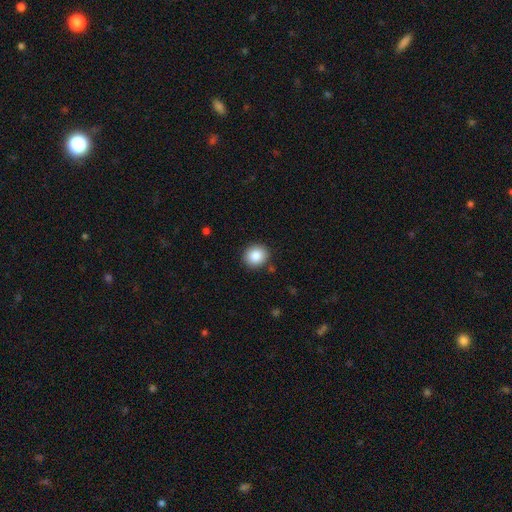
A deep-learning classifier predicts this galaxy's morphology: smooth 86%, star or artifact 9%, featured or disk 5%. Down the decision tree: how rounded — round (83%); merging — none (89%).